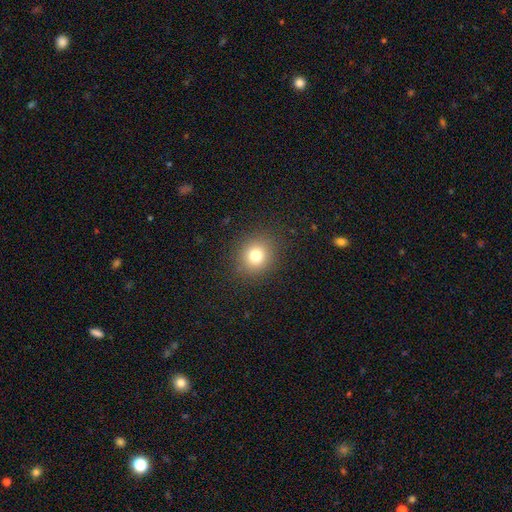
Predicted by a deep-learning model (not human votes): Overall: smooth (77%). How rounded: round (84%). Merging: none (89%).